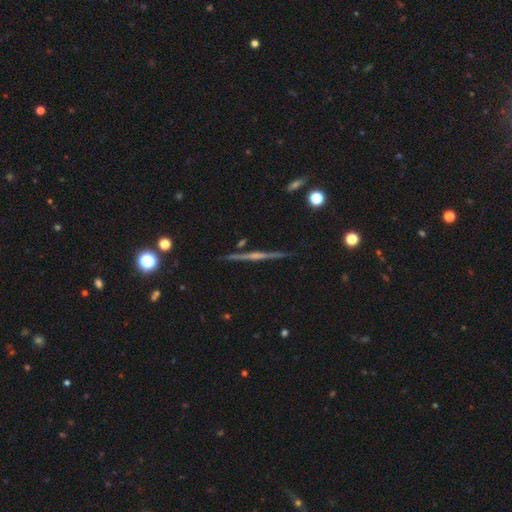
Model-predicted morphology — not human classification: A featured or disk galaxy (67%) viewed edge-on (92%) with a rounded central bulge (68%).

Vote fractions:
- Smooth or featured? featured or disk: 67% / smooth: 17% / star or artifact: 16%
- Edge-on disk? yes: 92% / no: 8%
- Edge-on bulge? rounded: 68% / none: 22% / boxy: 10%
- Merging? none: 82% / minor disturbance: 9% / merger: 4% / major disturbance: 4%